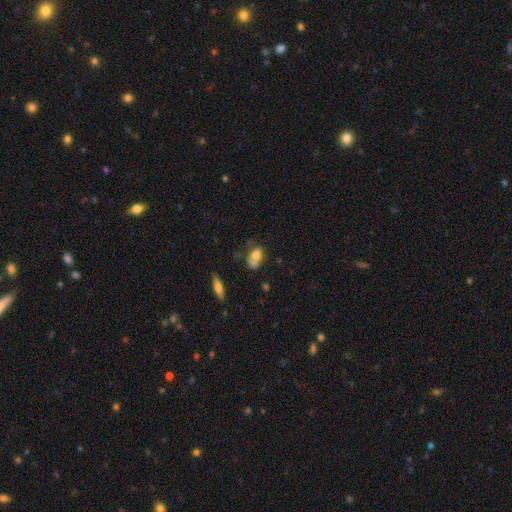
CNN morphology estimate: smooth 71%, featured or disk 19%, star or artifact 10%. Down the decision tree: how rounded — in between (77%); merging — none (32%).